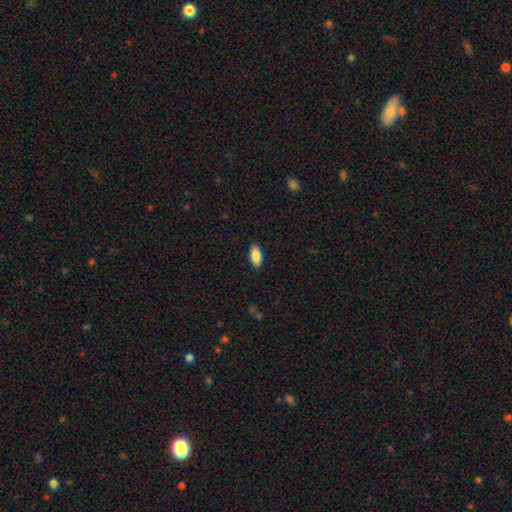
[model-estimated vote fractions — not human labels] Smooth or featured: smooth — 86% (featured or disk — 8%)
How rounded: in between — 89% (cigar-shaped — 9%)
Merging: none — 89% (minor disturbance — 8%)